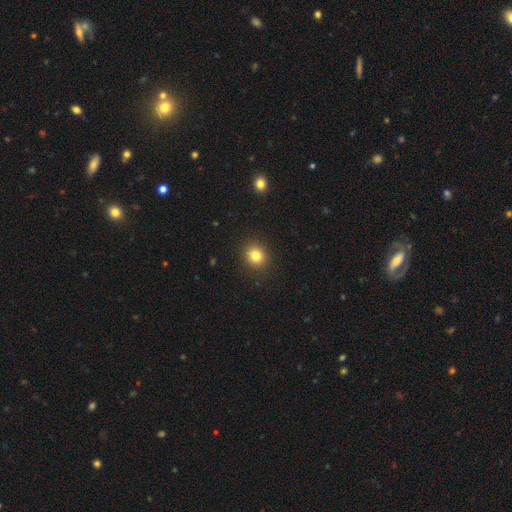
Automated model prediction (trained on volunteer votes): Smooth or featured: smooth — 81% (star or artifact — 12%)
How rounded: round — 82% (in between — 18%)
Merging: none — 91% (minor disturbance — 6%)